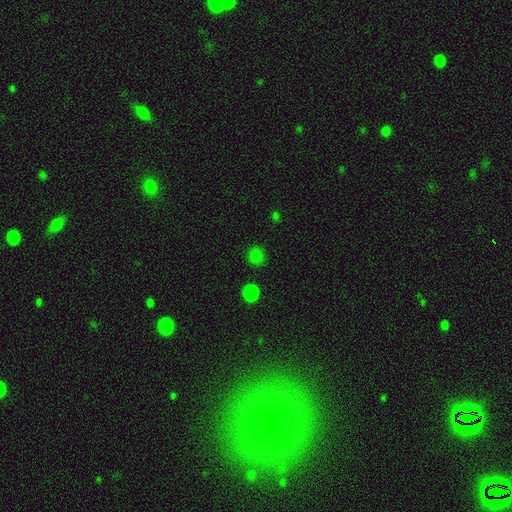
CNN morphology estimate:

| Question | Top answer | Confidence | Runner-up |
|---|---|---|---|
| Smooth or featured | smooth | 77% | star or artifact (19%) |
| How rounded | round | 87% | in between (12%) |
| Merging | none | 87% | minor disturbance (8%) |